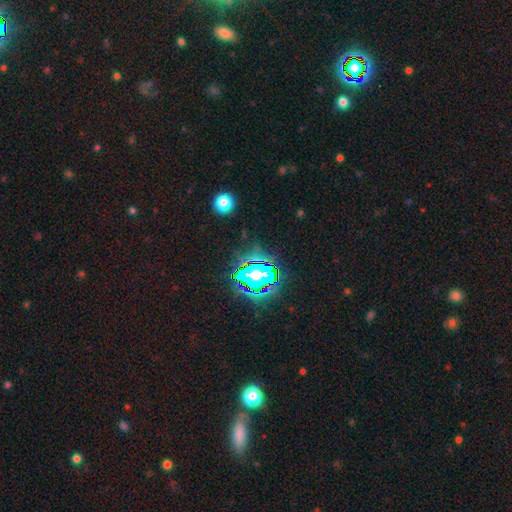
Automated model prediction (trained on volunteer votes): This is likely a star or artifact rather than a galaxy (77%).